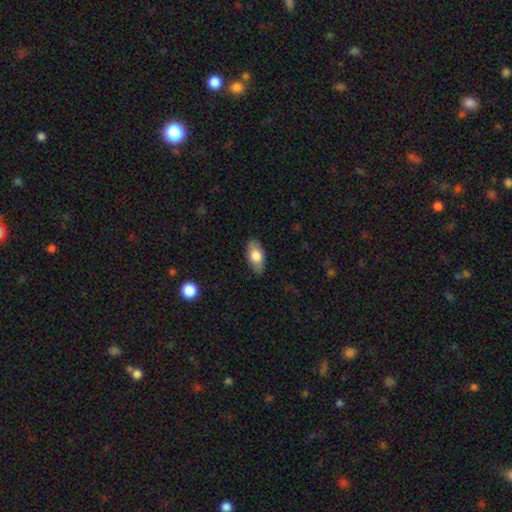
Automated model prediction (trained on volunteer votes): smooth_or_featured: smooth (p=0.74) [alt: featured or disk p=0.20]
how_rounded: in between (p=0.91) [alt: cigar-shaped p=0.05]
merging: none (p=0.84) [alt: minor disturbance p=0.13]